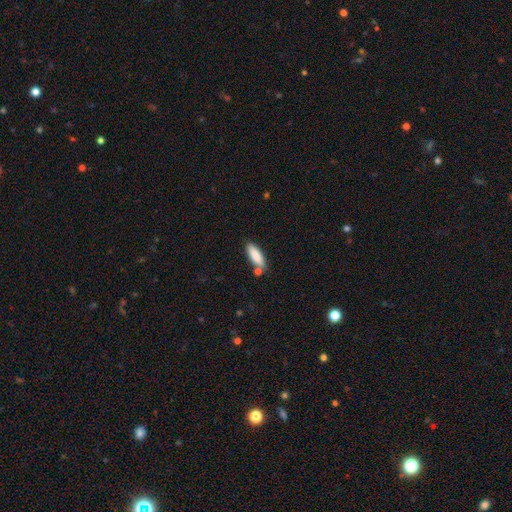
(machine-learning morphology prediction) This appears to be a smooth galaxy with no disk features (86%) that is in between round and cigar-shaped (61%). Merging: none (72%).